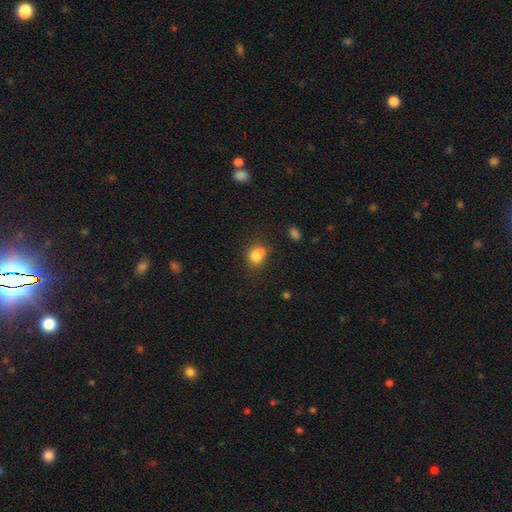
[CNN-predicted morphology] A smooth galaxy with no disk features (74%) that is round (65%). Merging: merger (47%).